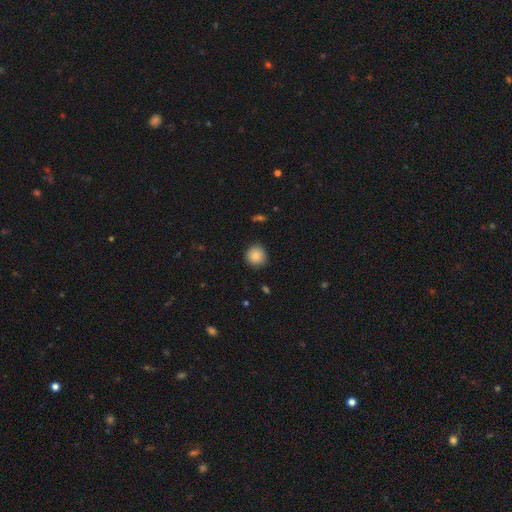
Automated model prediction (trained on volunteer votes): smooth 86%, star or artifact 9%, featured or disk 5%. Down the decision tree: how rounded — round (93%); merging — none (88%).